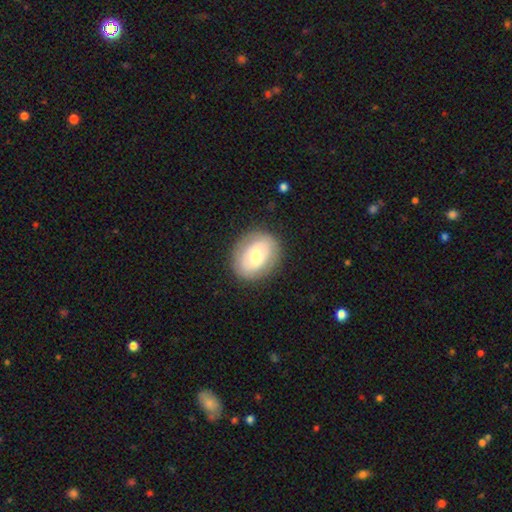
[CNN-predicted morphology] This appears to be a smooth galaxy with no disk features (54%) that is in between round and cigar-shaped (60%). Merging: none (85%).